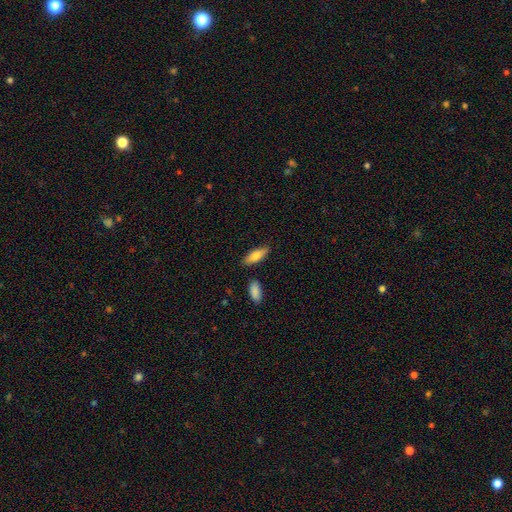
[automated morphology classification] smooth 76%, featured or disk 18%, star or artifact 6%. Down the decision tree: how rounded — in between (62%); merging — none (82%).